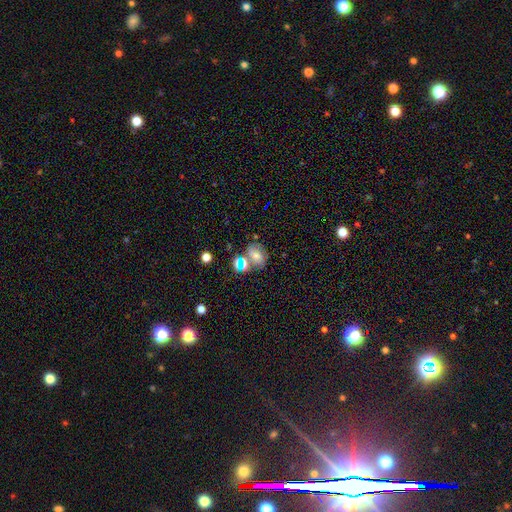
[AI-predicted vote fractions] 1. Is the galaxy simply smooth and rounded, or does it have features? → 54% smooth, 29% featured or disk, 17% star or artifact.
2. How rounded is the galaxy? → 67% in between, 32% round, 2% cigar-shaped.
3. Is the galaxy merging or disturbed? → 42% none, 38% merger, 14% minor disturbance, 7% major disturbance.